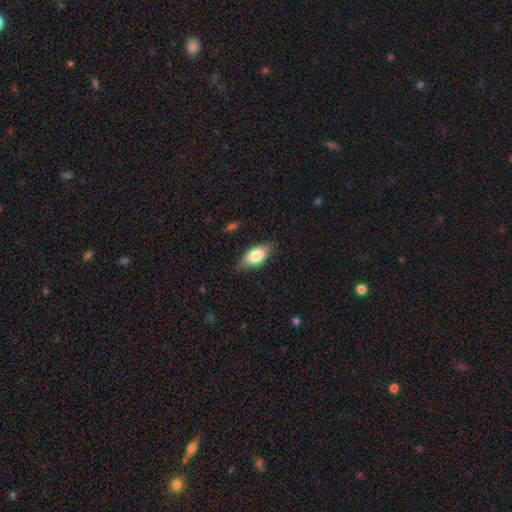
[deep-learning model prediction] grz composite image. It shows a smooth galaxy with no disk features (78%) that is in between round and cigar-shaped (87%). Merging: none (79%).